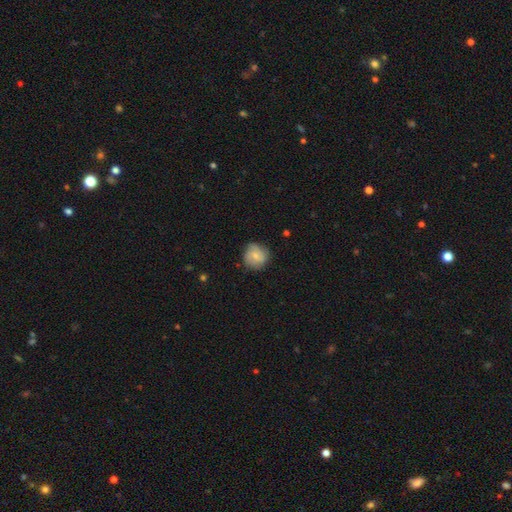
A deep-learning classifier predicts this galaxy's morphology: Smooth or featured? smooth (65%)
How rounded? round (89%)
Merging? none (75%)